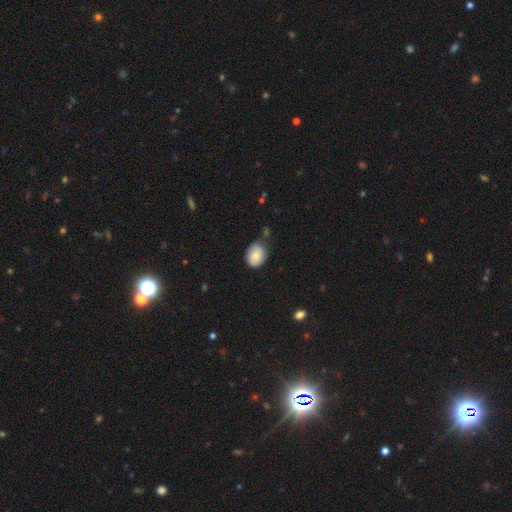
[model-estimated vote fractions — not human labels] A smooth galaxy with no disk features (78%) that is in between round and cigar-shaped (58%). Merging: none (60%).